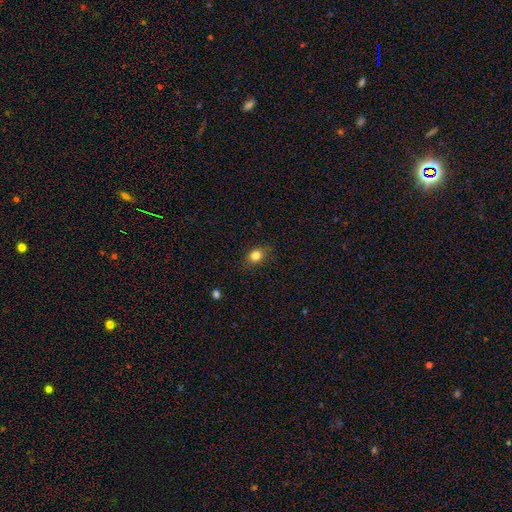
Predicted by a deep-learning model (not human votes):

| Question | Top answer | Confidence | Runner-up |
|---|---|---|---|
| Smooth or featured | smooth | 82% | star or artifact (11%) |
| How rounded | in between | 55% | round (43%) |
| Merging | none | 83% | minor disturbance (13%) |